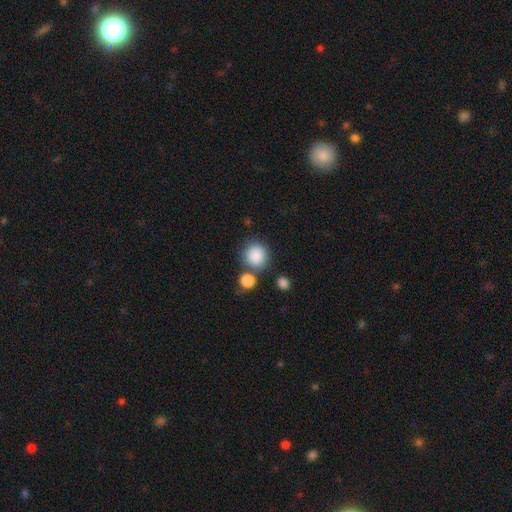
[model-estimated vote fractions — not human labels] smooth-or-featured: smooth: 86% | star or artifact: 9% | featured or disk: 5%
  how-rounded: round: 89% | in between: 10% | cigar-shaped: 1%
  merging: none: 69% | merger: 16% | minor disturbance: 10% | major disturbance: 4%